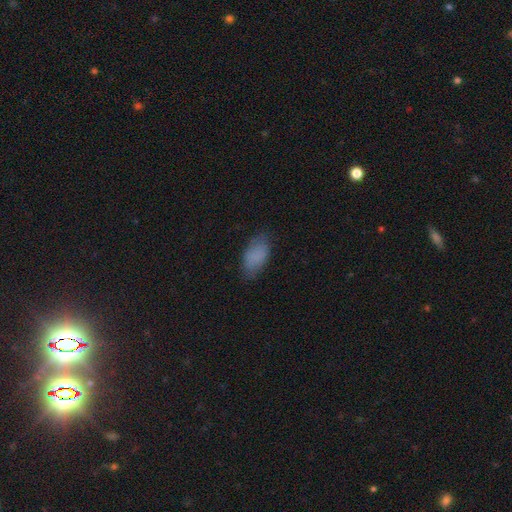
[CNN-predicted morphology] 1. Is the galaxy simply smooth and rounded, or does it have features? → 83% smooth, 9% featured or disk, 8% star or artifact.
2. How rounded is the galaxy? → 93% in between, 4% round, 3% cigar-shaped.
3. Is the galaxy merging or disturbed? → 74% none, 19% minor disturbance, 5% major disturbance, 1% merger.